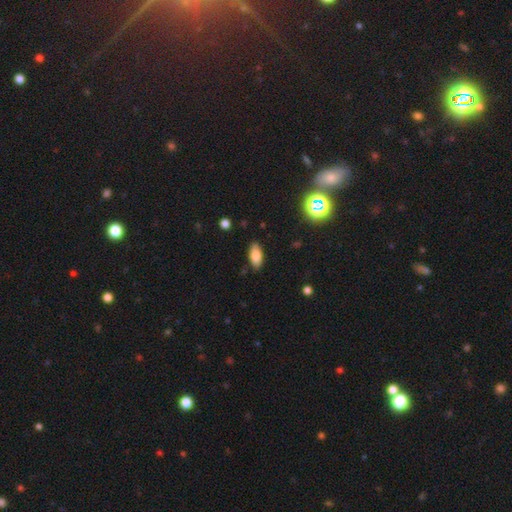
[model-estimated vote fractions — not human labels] Morphology: type=smooth (83%); roundness=in between (88%); merging=none (86%).